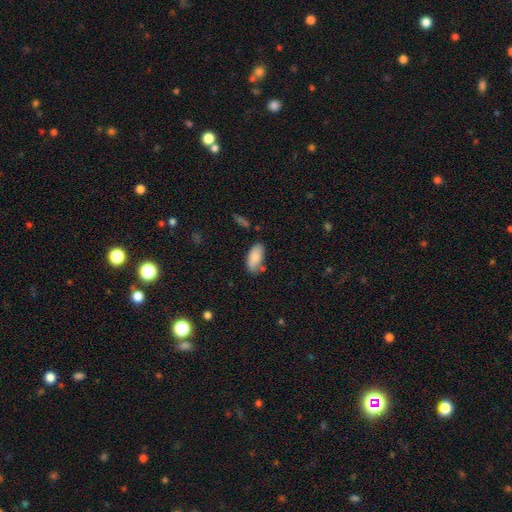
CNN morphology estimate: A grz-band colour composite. It shows a smooth galaxy with no disk features (84%) that is in between round and cigar-shaped (93%). Merging: none (65%).